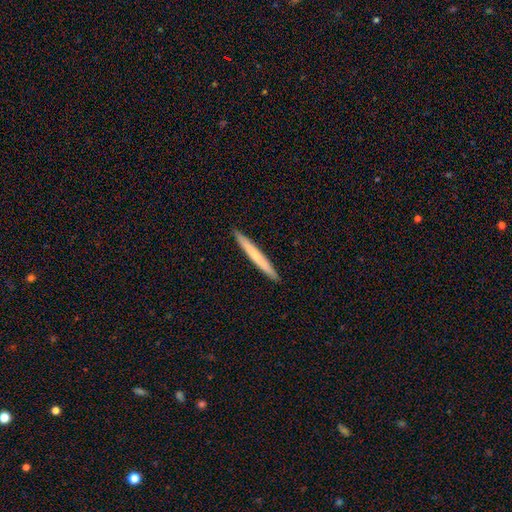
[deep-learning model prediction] Smooth or featured?
  - smooth: 60% *
  - featured or disk: 35%
  - star or artifact: 5%
How rounded?
  - cigar-shaped: 97% *
  - in between: 2%
  - round: 1%
Merging?
  - none: 93% *
  - minor disturbance: 5%
  - major disturbance: 1%
  - merger: 1%